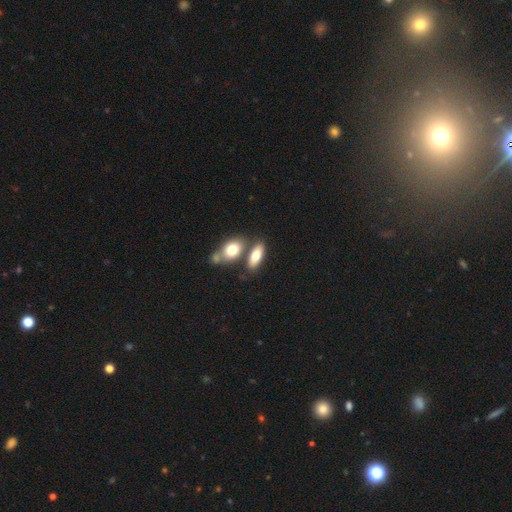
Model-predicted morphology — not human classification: A smooth galaxy with no disk features (74%) that is in between round and cigar-shaped (78%). Merging: none (55%).